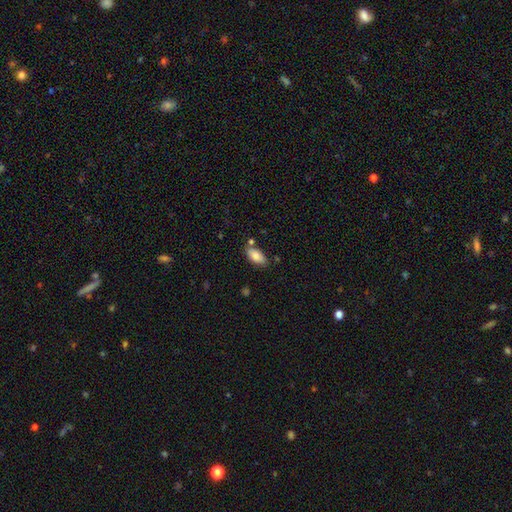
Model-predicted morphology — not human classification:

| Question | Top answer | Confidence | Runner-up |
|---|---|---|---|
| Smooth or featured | smooth | 83% | featured or disk (10%) |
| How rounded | in between | 92% | cigar-shaped (6%) |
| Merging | none | 76% | minor disturbance (14%) |